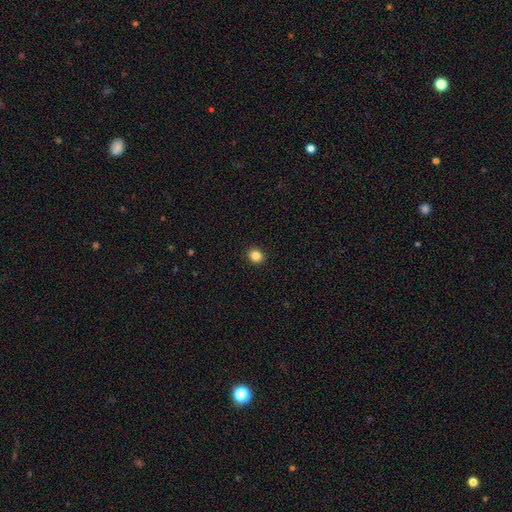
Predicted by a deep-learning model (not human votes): Q: Smooth or featured?
A: smooth (85%); runner-up: star or artifact (11%)
Q: How rounded?
A: round (73%); runner-up: in between (26%)
Q: Merging?
A: none (92%); runner-up: minor disturbance (5%)